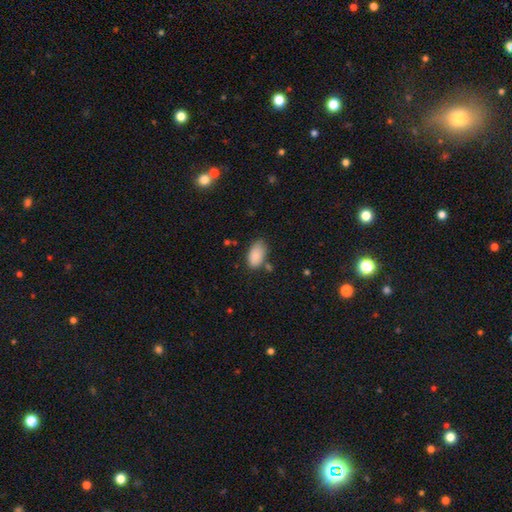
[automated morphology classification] Overall: smooth (88%). How rounded: in between (94%). Merging: none (68%).